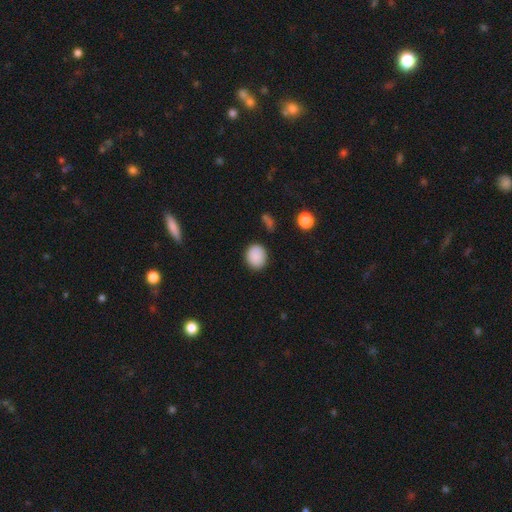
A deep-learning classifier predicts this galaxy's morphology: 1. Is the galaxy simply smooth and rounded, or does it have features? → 88% smooth, 9% star or artifact, 4% featured or disk.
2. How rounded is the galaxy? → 65% round, 34% in between, 1% cigar-shaped.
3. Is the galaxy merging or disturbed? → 86% none, 10% minor disturbance, 3% major disturbance, 2% merger.